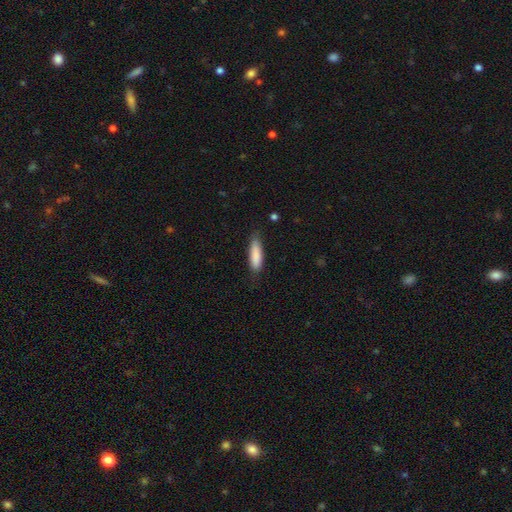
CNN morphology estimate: This appears to be a smooth galaxy with no disk features (87%) that is cigar-shaped (62%). Merging: none (76%).